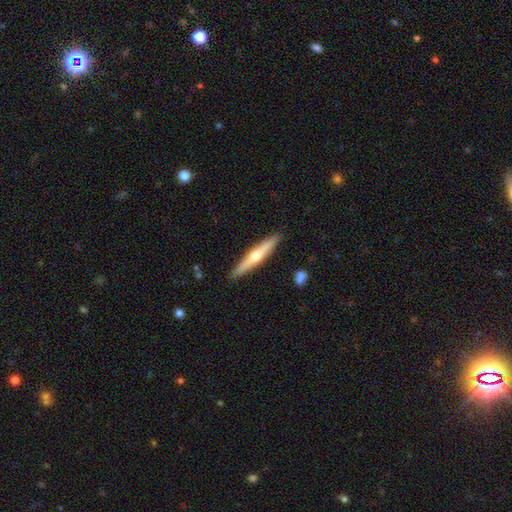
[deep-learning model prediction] Q: Smooth or featured?
A: featured or disk (57%); runner-up: smooth (38%)
Q: Edge-on disk?
A: yes (96%); runner-up: no (4%)
Q: Edge-on bulge?
A: rounded (88%); runner-up: none (10%)
Q: Merging?
A: none (91%); runner-up: minor disturbance (7%)